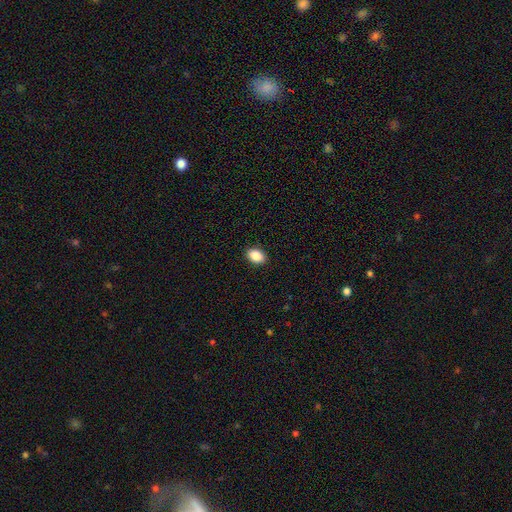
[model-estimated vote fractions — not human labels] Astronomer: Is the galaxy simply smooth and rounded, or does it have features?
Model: smooth — 87%.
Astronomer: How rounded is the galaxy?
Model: in between — 84%.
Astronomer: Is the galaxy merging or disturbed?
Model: none — 91%.